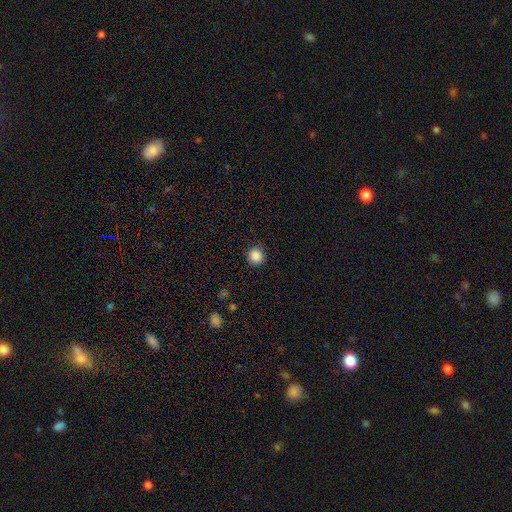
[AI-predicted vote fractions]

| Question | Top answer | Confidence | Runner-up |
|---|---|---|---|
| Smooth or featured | smooth | 87% | star or artifact (10%) |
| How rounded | round | 92% | in between (7%) |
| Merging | none | 91% | minor disturbance (6%) |